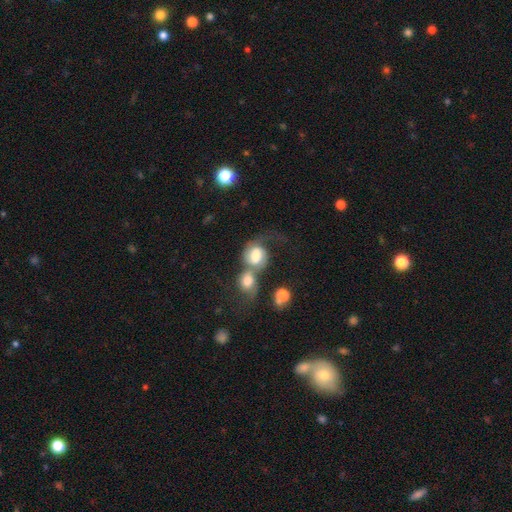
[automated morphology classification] smooth_or_featured: smooth (p=0.48) [alt: featured or disk p=0.43]
merging: merger (p=0.61) [alt: none p=0.17]